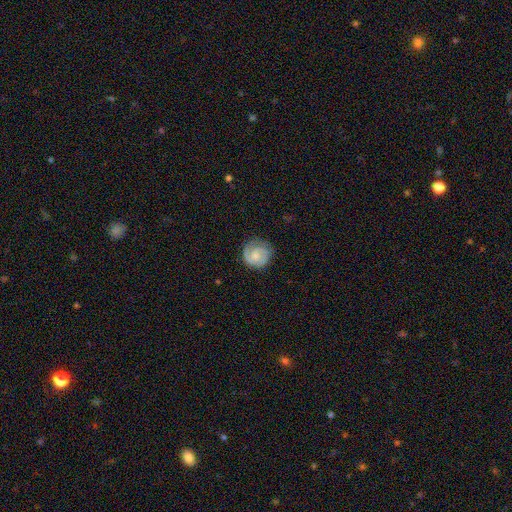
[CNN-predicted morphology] smooth-or-featured: featured or disk: 74% | smooth: 20% | star or artifact: 6%
  disk-edge-on: no: 98% | yes: 2%
    bar: no: 57% | weak: 37% | strong: 6%
    has-spiral-arms: yes: 95% | no: 5%
      spiral-winding: tight: 58% | medium: 34% | loose: 8%
      spiral-arm-count: 2: 74% | 1: 11% | can't tell: 8% | 3: 5% | 4: 1% | more than 4: 1%
    bulge-size: small: 47% | moderate: 34% | none: 15% | large: 3% | dominant: 1%
  merging: none: 75% | minor disturbance: 17% | major disturbance: 6% | merger: 1%